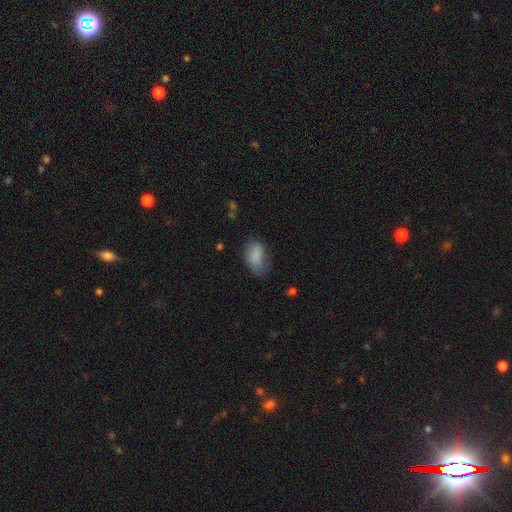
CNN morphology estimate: Overall: smooth (83%). How rounded: in between (91%). Merging: none (51%; minor disturbance 33%).